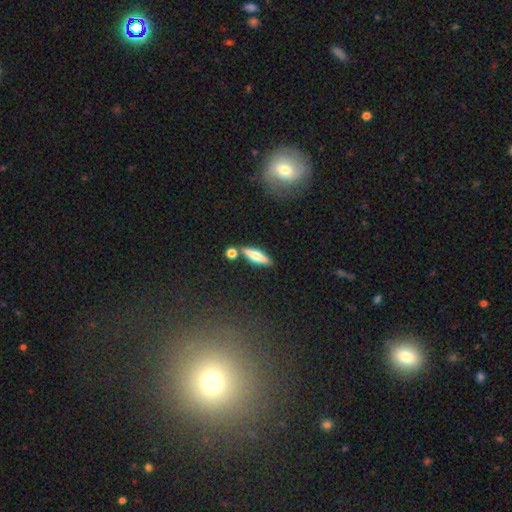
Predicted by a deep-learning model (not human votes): smooth_or_featured: smooth (p=0.60) [alt: featured or disk p=0.32]
how_rounded: cigar-shaped (p=0.67) [alt: in between p=0.30]
merging: none (p=0.75) [alt: minor disturbance p=0.11]